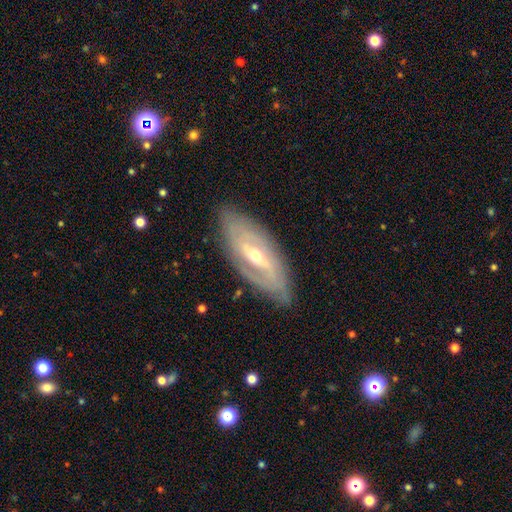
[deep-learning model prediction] This is clearly a featured or disk galaxy (80%). It is clearly not viewed edge-on (83%). Bar: marginally weak (41%). Spiral arm pattern: likely yes (79%). Spiral arm count: possibly 2 (46%). Spiral winding: possibly tight (55%). Central bulge: possibly small (52%). Merging: clearly none (80%).